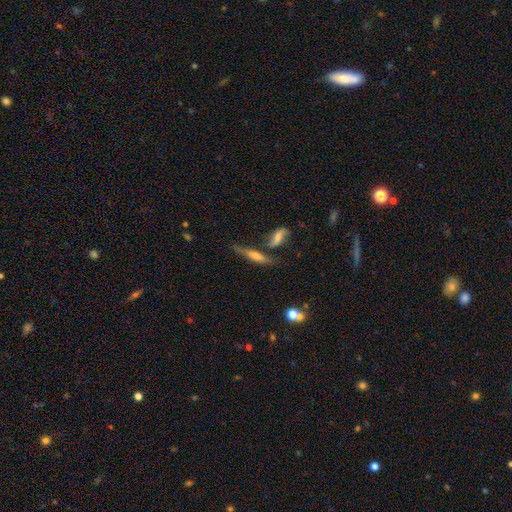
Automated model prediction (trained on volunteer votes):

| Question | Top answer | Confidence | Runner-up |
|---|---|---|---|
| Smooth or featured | featured or disk | 58% | smooth (33%) |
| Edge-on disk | yes | 82% | no (18%) |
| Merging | none | 52% | merger (21%) |